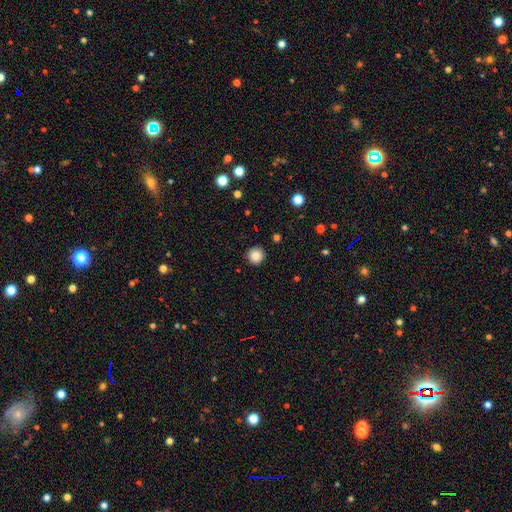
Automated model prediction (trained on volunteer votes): A smooth galaxy with no disk features (85%) that is round (96%). Merging: none (92%).